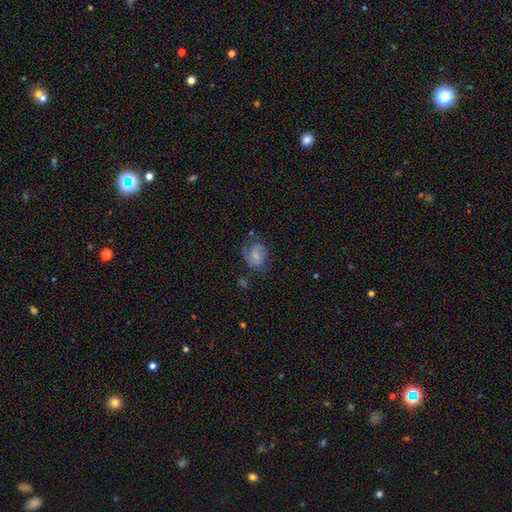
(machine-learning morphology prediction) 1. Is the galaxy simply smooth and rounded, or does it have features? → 47% smooth, 44% featured or disk, 9% star or artifact.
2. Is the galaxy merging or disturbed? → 53% none, 27% minor disturbance, 16% major disturbance, 4% merger.